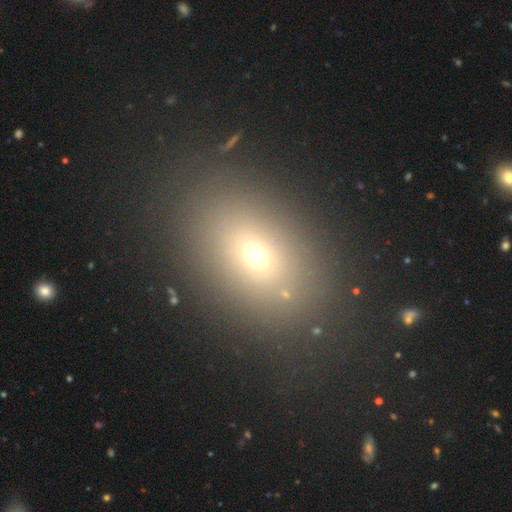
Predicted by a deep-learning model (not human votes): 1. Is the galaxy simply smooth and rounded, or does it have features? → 64% smooth, 18% star or artifact, 17% featured or disk.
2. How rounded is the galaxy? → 80% in between, 18% round, 3% cigar-shaped.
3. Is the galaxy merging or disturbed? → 79% none, 12% minor disturbance, 6% major disturbance, 3% merger.